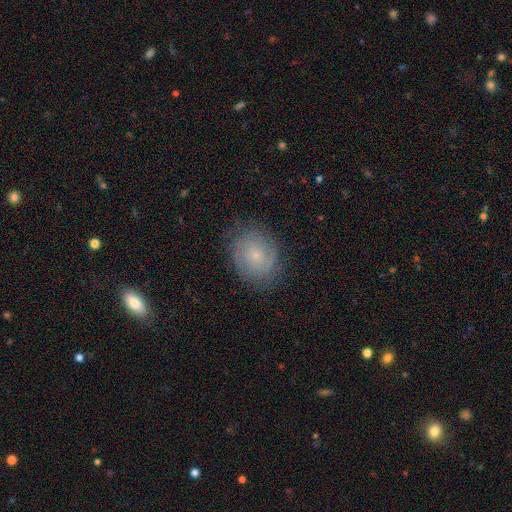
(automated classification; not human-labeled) The model was most divided on "smooth or featured": featured or disk: 47%, smooth: 43%, star or artifact: 10%. More confident: merging — none (79%).